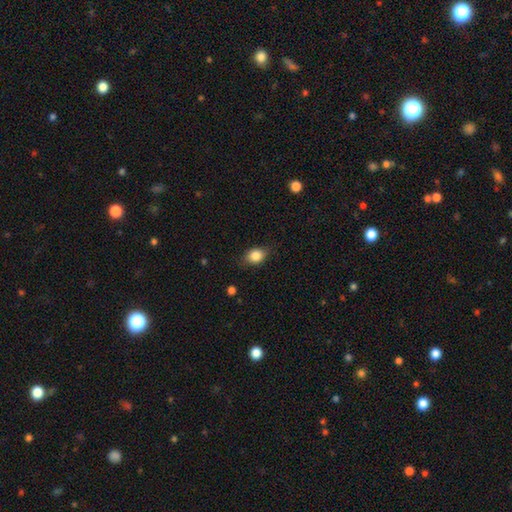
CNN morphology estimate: This is clearly a smooth galaxy (83%). How rounded: possibly in between (56%). Merging: likely none (76%).